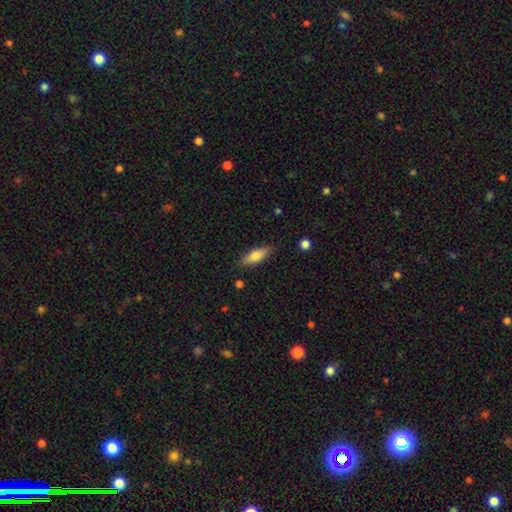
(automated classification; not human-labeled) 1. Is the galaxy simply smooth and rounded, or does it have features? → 73% smooth, 20% featured or disk, 6% star or artifact.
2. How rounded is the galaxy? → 66% in between, 31% cigar-shaped, 3% round.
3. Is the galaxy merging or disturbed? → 84% none, 12% minor disturbance, 2% major disturbance, 2% merger.